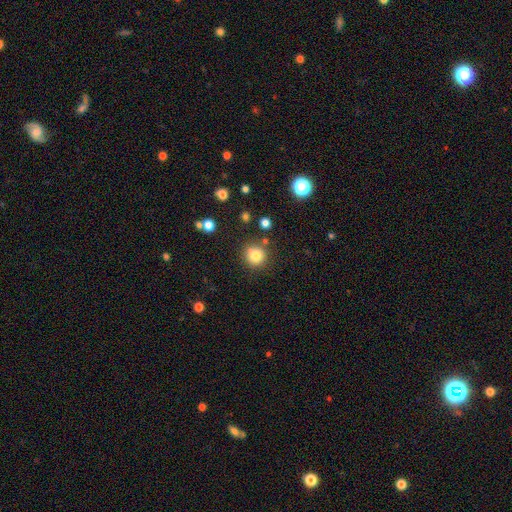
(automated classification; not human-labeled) Smooth or featured?
  - smooth: 81% *
  - star or artifact: 12%
  - featured or disk: 7%
How rounded?
  - round: 93% *
  - in between: 6%
  - cigar-shaped: 1%
Merging?
  - none: 83% *
  - minor disturbance: 9%
  - merger: 5%
  - major disturbance: 3%